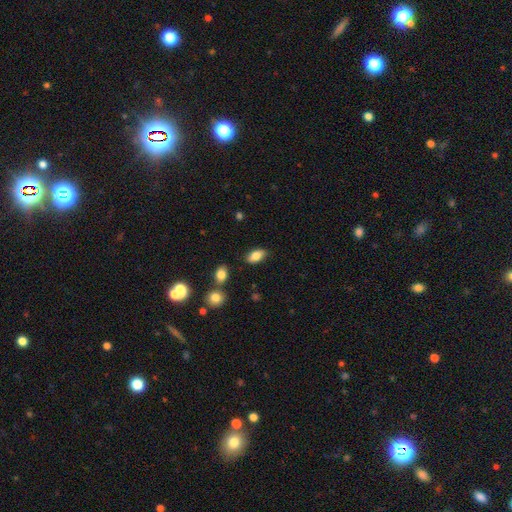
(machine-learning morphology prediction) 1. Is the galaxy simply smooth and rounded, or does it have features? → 81% smooth, 10% featured or disk, 8% star or artifact.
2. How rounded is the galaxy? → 90% in between, 5% round, 5% cigar-shaped.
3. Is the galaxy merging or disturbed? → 84% none, 11% minor disturbance, 3% merger, 2% major disturbance.